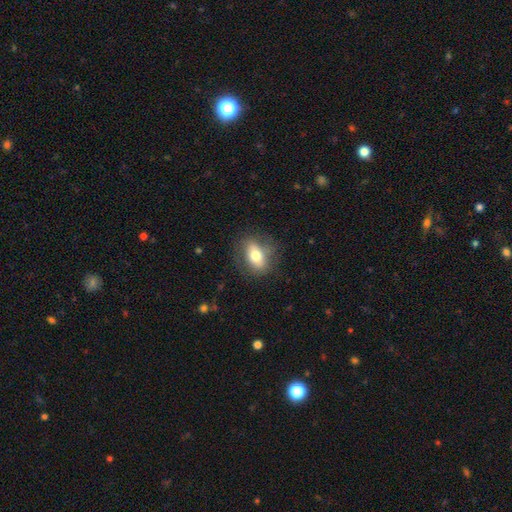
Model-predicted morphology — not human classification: type=smooth (66%); roundness=in between (77%); merging=none (78%).